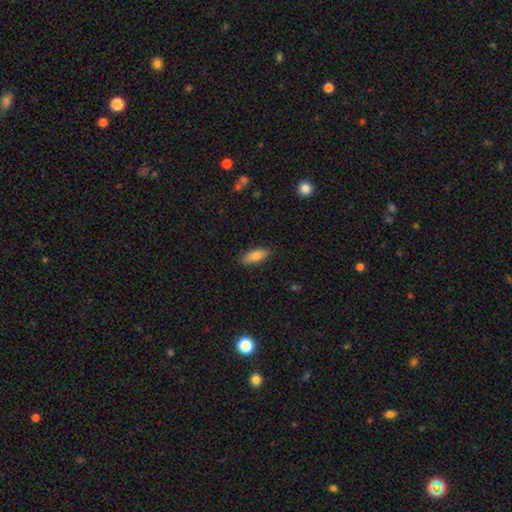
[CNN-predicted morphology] A smooth galaxy with no disk features (78%) that is in between round and cigar-shaped (71%).

Vote fractions:
- Smooth or featured? smooth: 78% / featured or disk: 15% / star or artifact: 7%
- How rounded? in between: 71% / cigar-shaped: 26% / round: 3%
- Merging? none: 86% / minor disturbance: 11% / major disturbance: 2% / merger: 1%